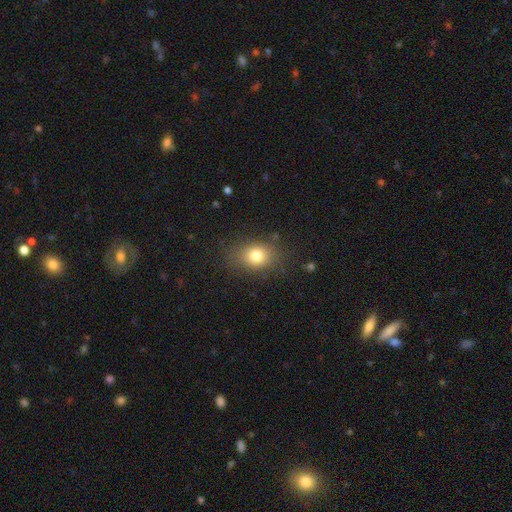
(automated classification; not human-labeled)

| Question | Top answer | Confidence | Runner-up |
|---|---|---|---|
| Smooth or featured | smooth | 78% | star or artifact (12%) |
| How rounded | in between | 56% | round (42%) |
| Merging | none | 81% | minor disturbance (13%) |